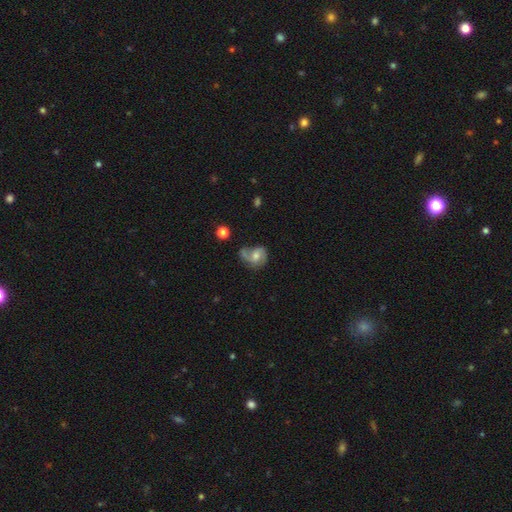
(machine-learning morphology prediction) The model was most divided on "spiral winding": medium: 47%, loose: 32%, tight: 21%. Remaining: edge-on disk — no (98%); spiral arms — yes (91%); smooth or featured — featured or disk (69%); spiral arm count — 2 (68%); bar — no (60%); bulge size — moderate (58%); merging — none (48%).